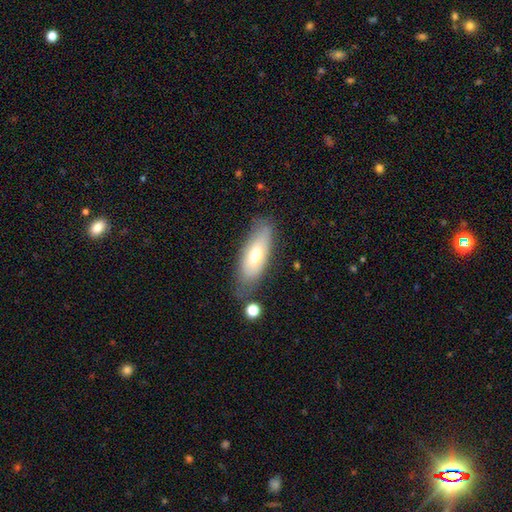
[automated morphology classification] type=smooth (59%); roundness=in between (74%); merging=none (68%).